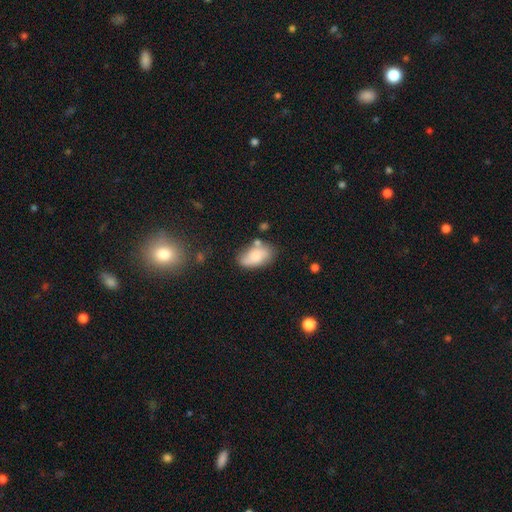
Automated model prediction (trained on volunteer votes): Smooth or featured?
  - smooth: 72% *
  - featured or disk: 20%
  - star or artifact: 8%
How rounded?
  - in between: 92% *
  - round: 5%
  - cigar-shaped: 3%
Merging?
  - none: 58% *
  - minor disturbance: 25%
  - merger: 11%
  - major disturbance: 7%